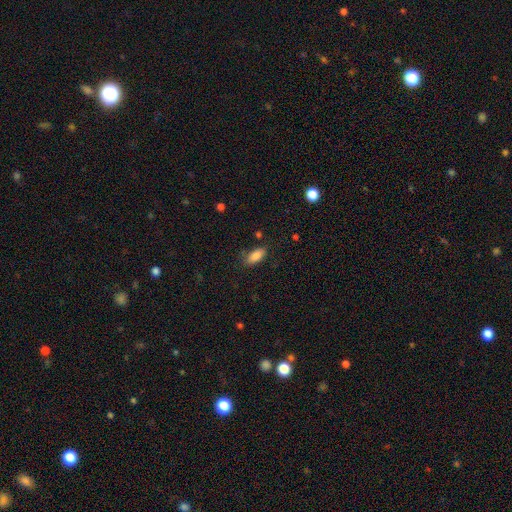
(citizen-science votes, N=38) smooth_or_featured: smooth (p=0.95) [alt: featured or disk p=0.05]
how_rounded: in between (p=0.94) [alt: round p=0.03]
merging: none (p=0.79) [alt: minor disturbance p=0.13]